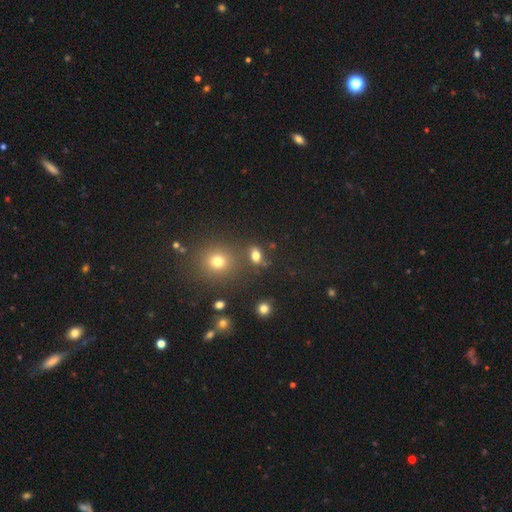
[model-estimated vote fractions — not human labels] Overall: smooth (74%). How rounded: in between (69%). Merging: none (69%).